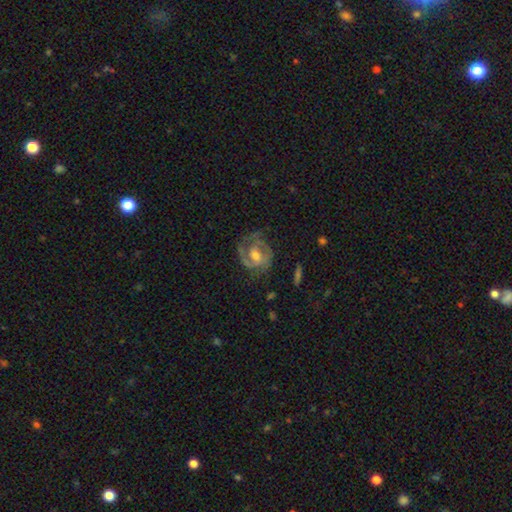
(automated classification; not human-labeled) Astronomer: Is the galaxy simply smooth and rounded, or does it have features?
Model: featured or disk — 80%.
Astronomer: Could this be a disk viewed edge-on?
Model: no — 97%.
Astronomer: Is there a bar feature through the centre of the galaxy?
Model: weak — 46% (runner-up: no, 40%).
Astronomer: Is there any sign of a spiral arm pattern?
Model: yes — 90%.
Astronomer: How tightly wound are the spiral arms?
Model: tight — 44% (runner-up: medium, 43%).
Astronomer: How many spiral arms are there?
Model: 2 — 63%.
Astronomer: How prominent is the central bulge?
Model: moderate — 63%.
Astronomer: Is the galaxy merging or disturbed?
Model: none — 64%.